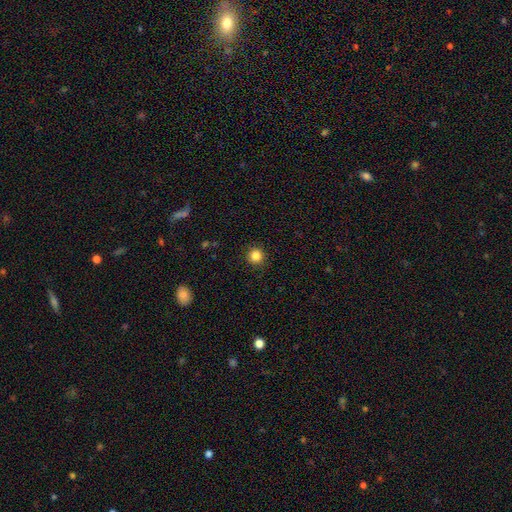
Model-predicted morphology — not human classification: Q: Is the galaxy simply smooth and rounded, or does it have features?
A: smooth — 84%.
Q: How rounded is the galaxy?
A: round — 94%.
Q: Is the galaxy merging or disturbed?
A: none — 92%.